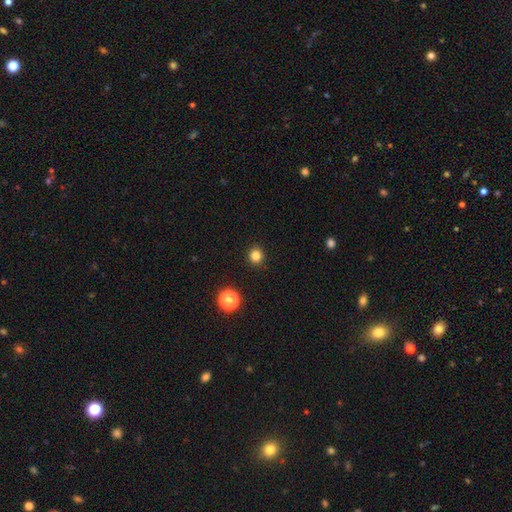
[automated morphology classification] type=smooth (82%); roundness=round (91%); merging=none (92%).